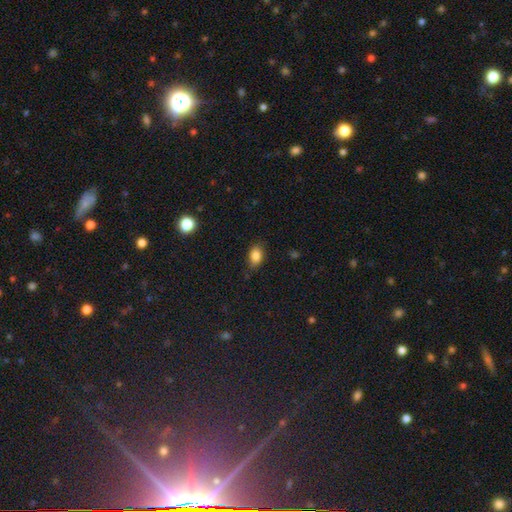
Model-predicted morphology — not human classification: Smooth or featured?
  - smooth: 85% *
  - star or artifact: 9%
  - featured or disk: 6%
How rounded?
  - in between: 78% *
  - round: 20%
  - cigar-shaped: 2%
Merging?
  - none: 81% *
  - minor disturbance: 15%
  - major disturbance: 3%
  - merger: 1%